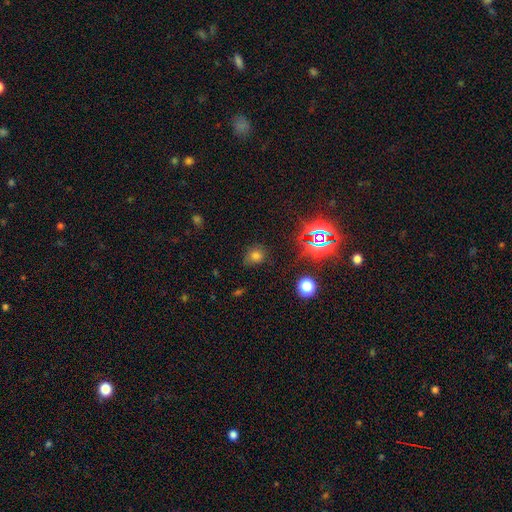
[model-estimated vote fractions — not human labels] Q: Smooth or featured?
A: smooth (67%); runner-up: star or artifact (26%)
Q: How rounded?
A: round (76%); runner-up: in between (23%)
Q: Merging?
A: none (76%); runner-up: minor disturbance (16%)